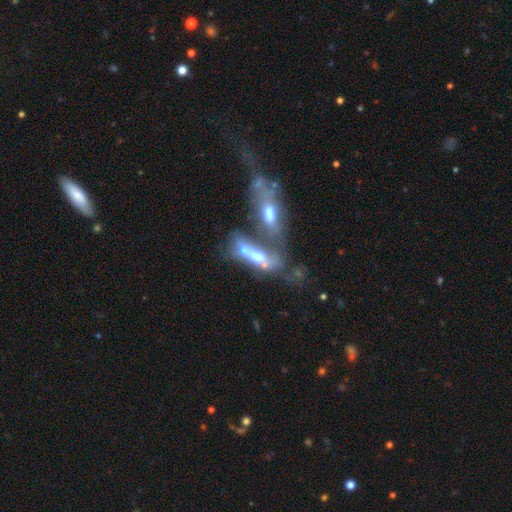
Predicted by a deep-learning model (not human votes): Smooth or featured: featured or disk — 46% (smooth — 43%)
Merging: merger — 69% (major disturbance — 12%)